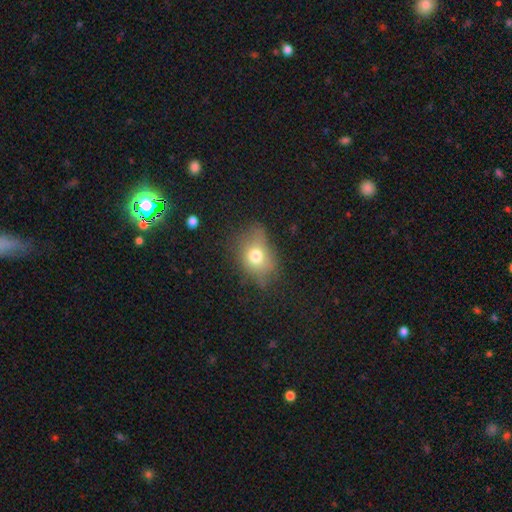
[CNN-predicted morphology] Smooth or featured: smooth — 71% (featured or disk — 16%)
How rounded: in between — 64% (round — 34%)
Merging: none — 52% (minor disturbance — 29%)